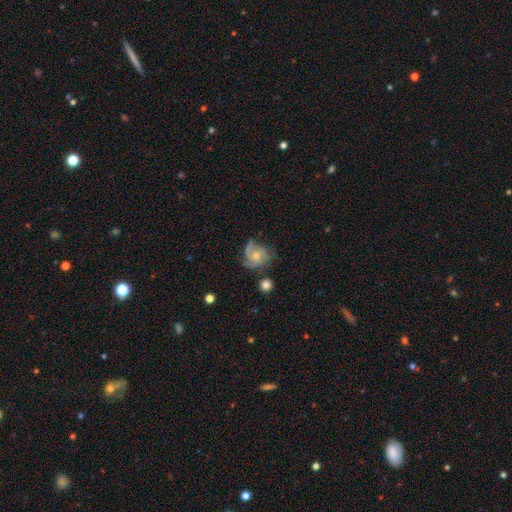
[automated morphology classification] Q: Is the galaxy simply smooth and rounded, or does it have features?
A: featured or disk — 80%.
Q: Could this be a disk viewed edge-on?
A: no — 98%.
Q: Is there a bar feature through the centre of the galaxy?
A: no — 74%.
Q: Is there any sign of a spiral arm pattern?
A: yes — 96%.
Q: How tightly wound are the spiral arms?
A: medium — 45%.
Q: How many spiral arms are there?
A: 3 — 59%.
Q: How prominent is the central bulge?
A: small — 48%.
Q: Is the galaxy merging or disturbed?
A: none — 60%.